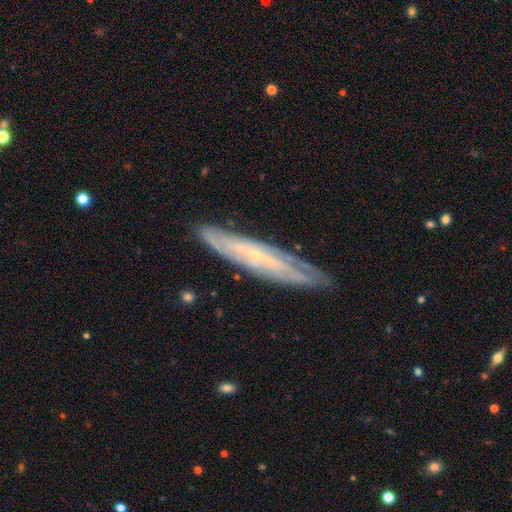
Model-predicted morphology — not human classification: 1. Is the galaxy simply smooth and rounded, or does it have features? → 74% featured or disk, 19% smooth, 7% star or artifact.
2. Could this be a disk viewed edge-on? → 53% yes, 47% no.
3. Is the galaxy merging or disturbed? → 82% none, 14% minor disturbance, 3% major disturbance, 2% merger.